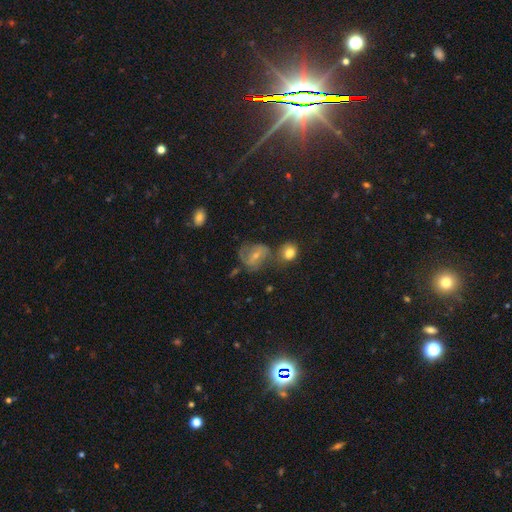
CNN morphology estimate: smooth_or_featured: featured or disk (p=0.52) [alt: smooth p=0.36]
disk_edge_on: no (p=0.96) [alt: yes p=0.04]
bar: no (p=0.44) [alt: weak p=0.40]
has_spiral_arms: yes (p=0.72) [alt: no p=0.28]
bulge_size: small (p=0.62) [alt: moderate p=0.33]
merging: none (p=0.43) [alt: minor disturbance p=0.23]